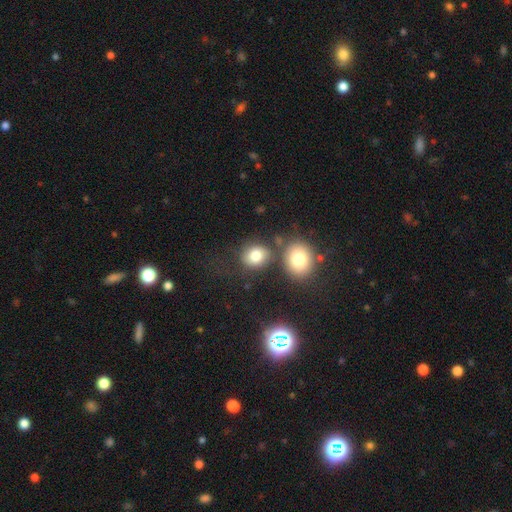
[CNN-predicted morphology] This is clearly a smooth galaxy (80%). How rounded: likely round (67%). Merging: likely none (65%).